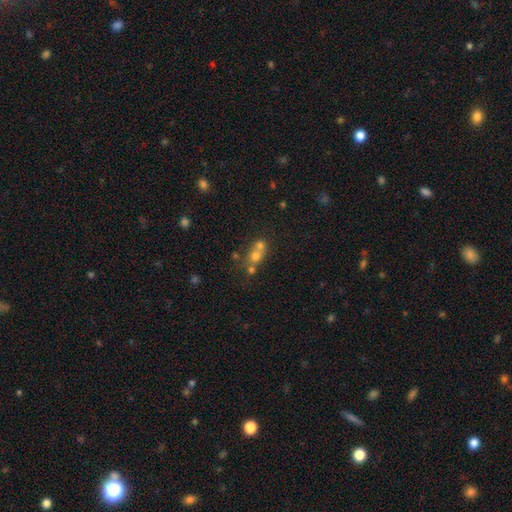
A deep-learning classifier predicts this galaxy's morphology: The model was most divided on "merging": merger: 60%, none: 30%, minor disturbance: 6%, major disturbance: 4%. More confident: how rounded — round (76%); smooth or featured — smooth (64%).